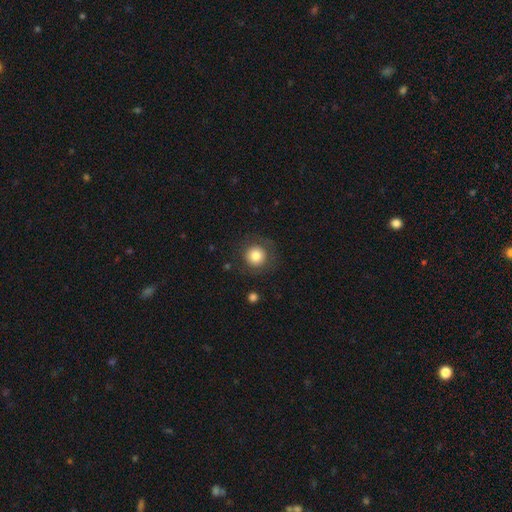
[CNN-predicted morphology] smooth-or-featured: smooth: 80% | featured or disk: 11% | star or artifact: 10%
  how-rounded: round: 95% | in between: 4% | cigar-shaped: 1%
  merging: none: 82% | minor disturbance: 10% | major disturbance: 7% | merger: 1%